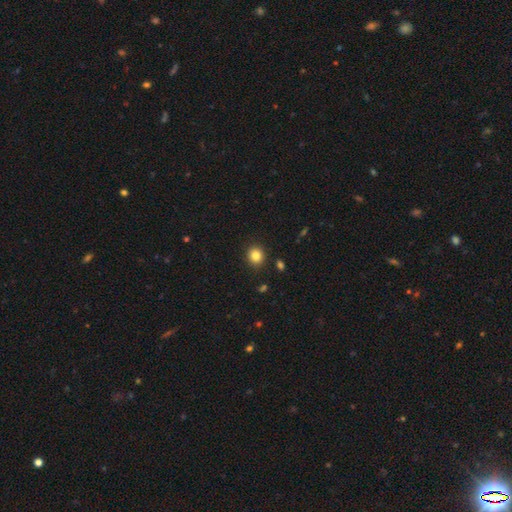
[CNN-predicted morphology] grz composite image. It shows a smooth galaxy with no disk features (84%) that is round (87%). Merging: none (91%).